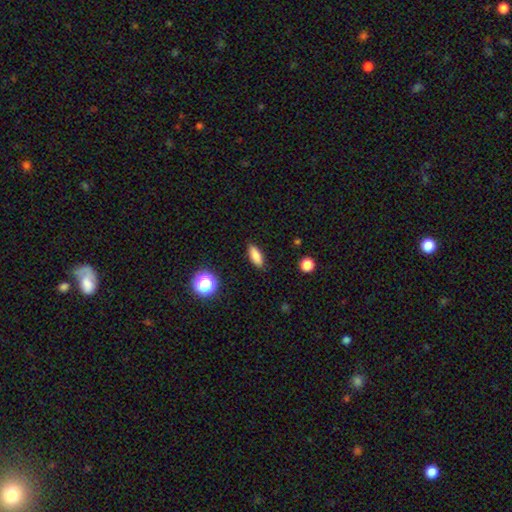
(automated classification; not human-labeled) smooth-or-featured: smooth: 83% | star or artifact: 9% | featured or disk: 7%
  how-rounded: in between: 67% | cigar-shaped: 28% | round: 5%
  merging: none: 88% | minor disturbance: 9% | major disturbance: 2% | merger: 1%